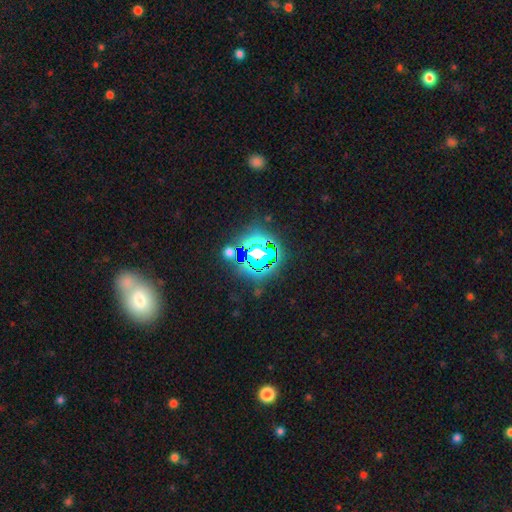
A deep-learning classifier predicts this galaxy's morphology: This is likely a star or artifact rather than a galaxy (70%).